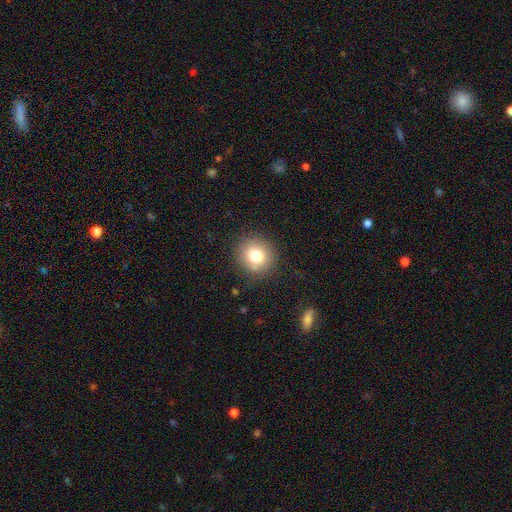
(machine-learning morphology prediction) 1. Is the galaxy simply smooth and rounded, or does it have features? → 76% smooth, 12% star or artifact, 11% featured or disk.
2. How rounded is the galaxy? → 87% round, 12% in between, 1% cigar-shaped.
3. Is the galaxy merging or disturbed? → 86% none, 9% minor disturbance, 3% major disturbance, 2% merger.